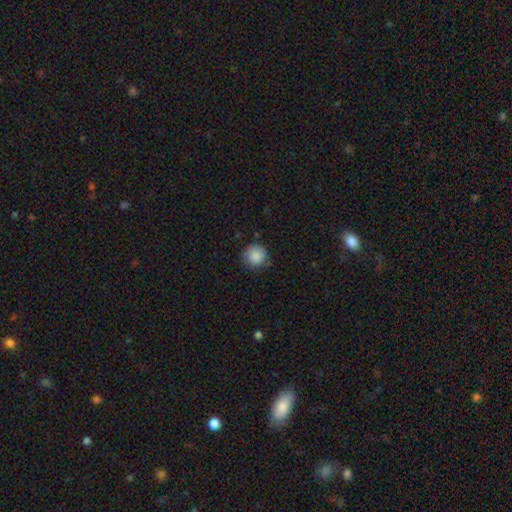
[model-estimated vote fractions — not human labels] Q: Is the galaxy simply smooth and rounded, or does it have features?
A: smooth — 88%.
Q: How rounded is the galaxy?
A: round — 93%.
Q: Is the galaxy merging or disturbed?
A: none — 78%.